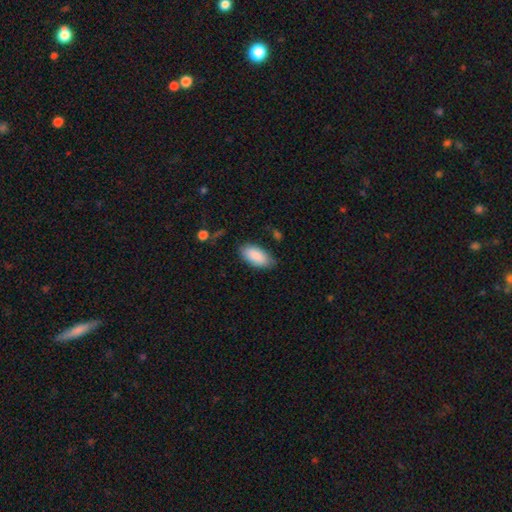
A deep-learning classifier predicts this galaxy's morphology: Overall: smooth (89%). How rounded: in between (93%). Merging: none (78%).